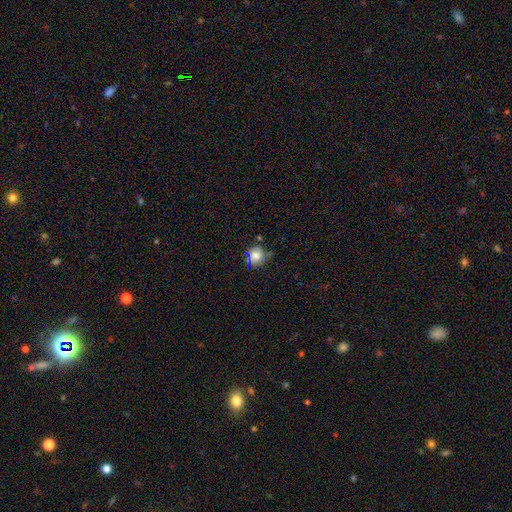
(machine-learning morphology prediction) smooth-or-featured: smooth: 70% | star or artifact: 19% | featured or disk: 11%
  how-rounded: round: 87% | in between: 11% | cigar-shaped: 1%
  merging: none: 75% | minor disturbance: 16% | major disturbance: 5% | merger: 4%